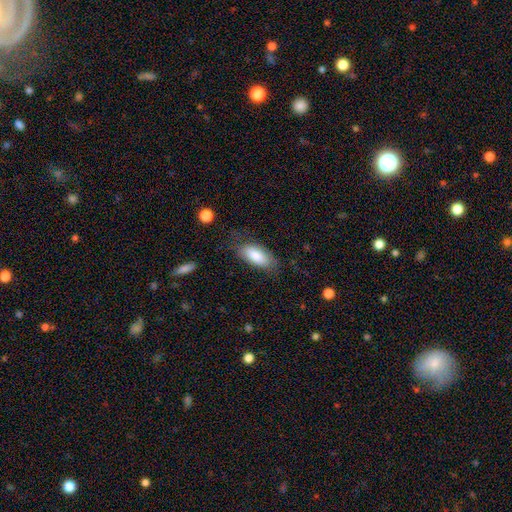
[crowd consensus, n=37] Volunteers were most divided on "merging": none: 69%, minor disturbance: 22%, major disturbance: 8%, merger: 0%. More confident: smooth or featured — smooth (95%); how rounded — in between (94%).